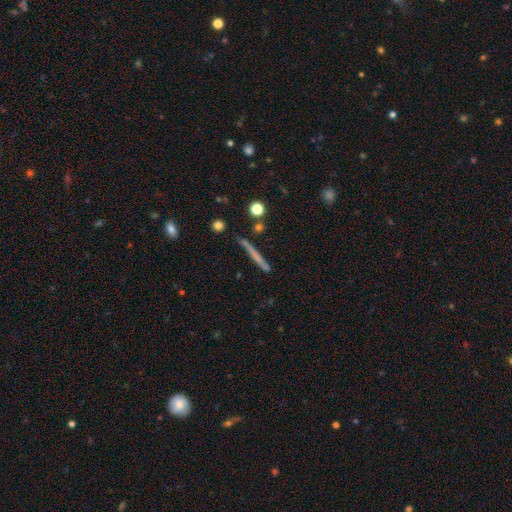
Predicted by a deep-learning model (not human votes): Smooth or featured?
  - smooth: 50% *
  - featured or disk: 42%
  - star or artifact: 8%
Merging?
  - none: 83% *
  - minor disturbance: 11%
  - merger: 3%
  - major disturbance: 2%